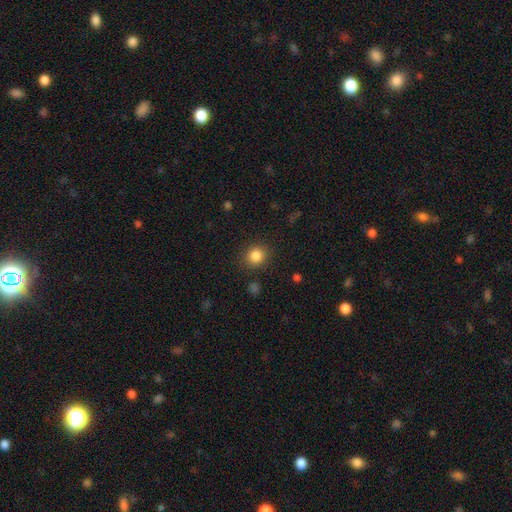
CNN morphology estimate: Smooth or featured? Predicted: smooth (p=0.85). How rounded? Predicted: round (p=0.83). Merging? Predicted: none (p=0.88).